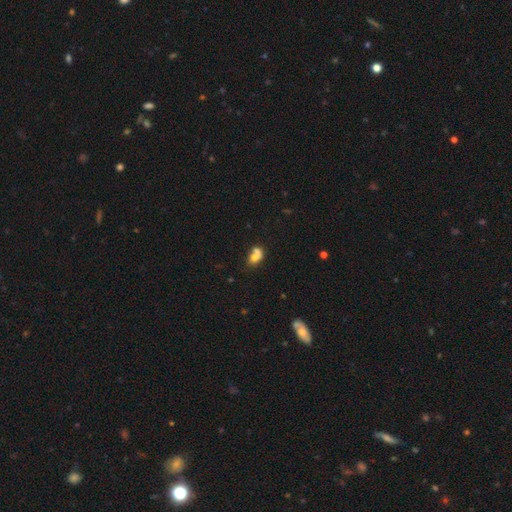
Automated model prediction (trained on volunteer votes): smooth_or_featured: smooth (p=0.67) [alt: featured or disk p=0.21]
how_rounded: in between (p=0.62) [alt: round p=0.37]
merging: merger (p=0.58) [alt: none p=0.23]